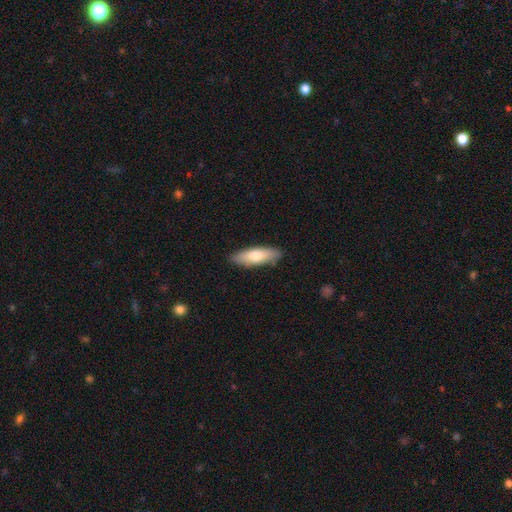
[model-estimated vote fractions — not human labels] Smooth or featured? smooth (71%)
How rounded? in between (50%)
Merging? none (87%)